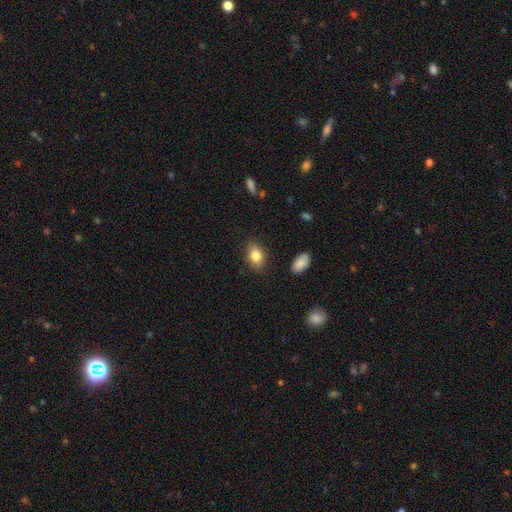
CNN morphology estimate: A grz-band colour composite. It shows a smooth galaxy with no disk features (83%) that is in between round and cigar-shaped (81%). Merging: none (83%).